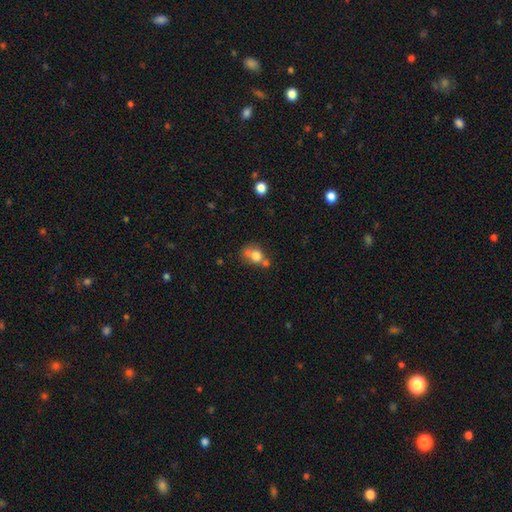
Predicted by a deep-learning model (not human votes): This appears to be a smooth galaxy with no disk features (72%) that is round (59%). Merging: merger (39%).